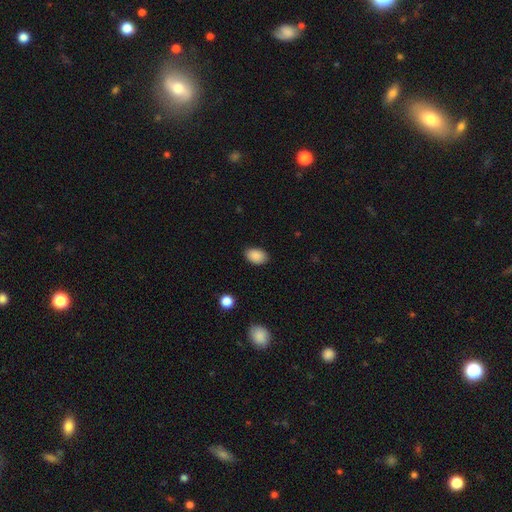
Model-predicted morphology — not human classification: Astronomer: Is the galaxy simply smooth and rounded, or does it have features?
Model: smooth — 89%.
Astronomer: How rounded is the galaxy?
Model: in between — 85%.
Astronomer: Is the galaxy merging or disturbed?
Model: none — 87%.